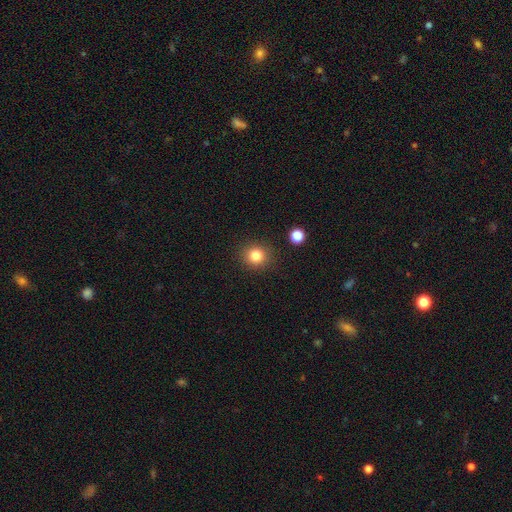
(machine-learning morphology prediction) smooth-or-featured: smooth: 82% | star or artifact: 12% | featured or disk: 6%
  how-rounded: round: 89% | in between: 10% | cigar-shaped: 1%
  merging: none: 89% | minor disturbance: 7% | major disturbance: 2% | merger: 2%